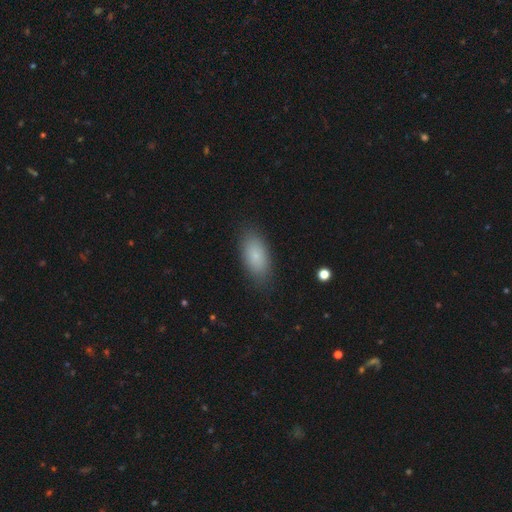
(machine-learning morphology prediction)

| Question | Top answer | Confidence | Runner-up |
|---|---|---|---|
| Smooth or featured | smooth | 81% | featured or disk (11%) |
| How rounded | in between | 90% | cigar-shaped (6%) |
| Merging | none | 85% | minor disturbance (11%) |